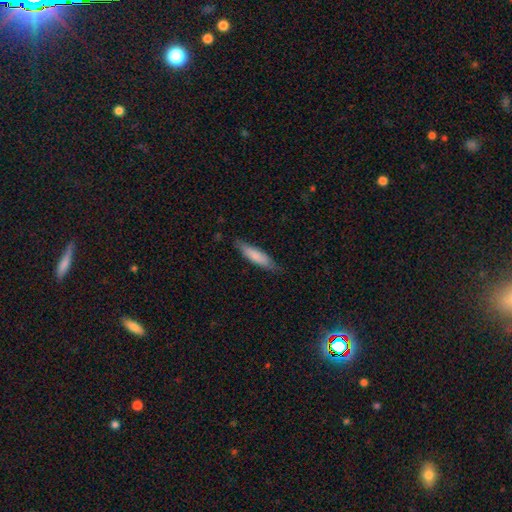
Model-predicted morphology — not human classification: Smooth or featured?
  - smooth: 79% *
  - featured or disk: 16%
  - star or artifact: 5%
How rounded?
  - cigar-shaped: 67% *
  - in between: 31%
  - round: 1%
Merging?
  - none: 77% *
  - minor disturbance: 19%
  - major disturbance: 3%
  - merger: 1%